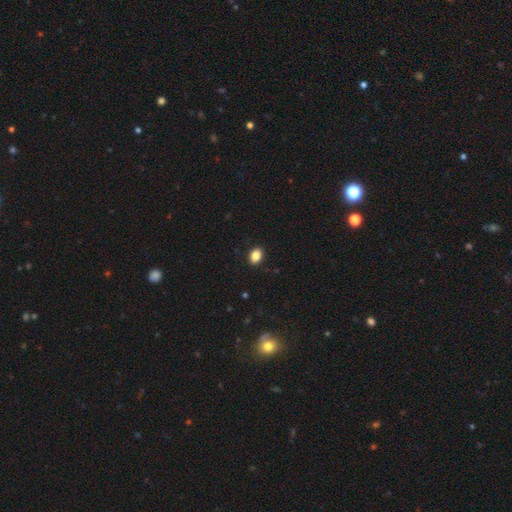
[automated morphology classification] Smooth or featured? Predicted: smooth (p=0.86). How rounded? Predicted: in between (p=0.76). Merging? Predicted: none (p=0.90).